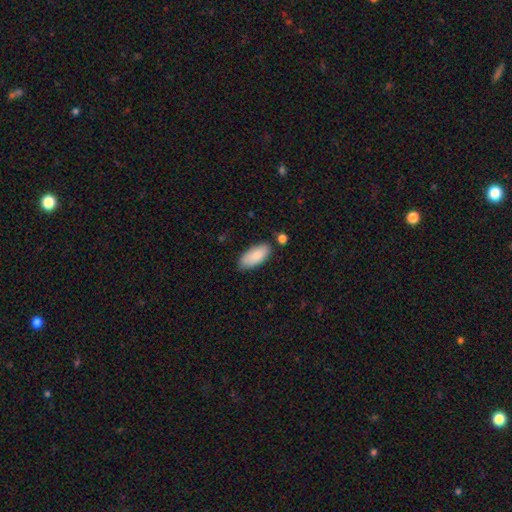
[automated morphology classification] smooth 86%, featured or disk 8%, star or artifact 6%. Down the decision tree: how rounded — in between (91%); merging — none (73%).